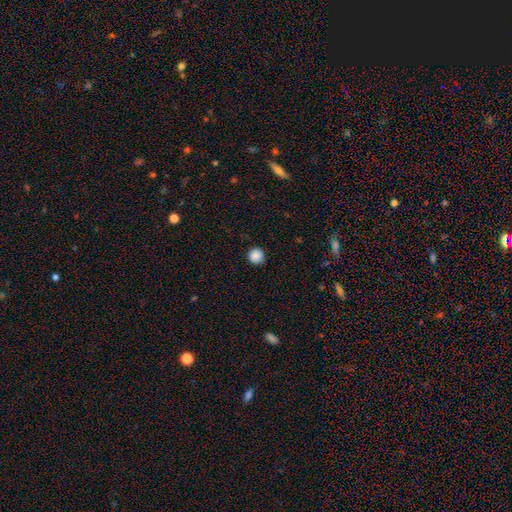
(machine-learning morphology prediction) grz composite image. It shows a smooth galaxy with no disk features (87%) that is round (95%). Merging: none (90%).